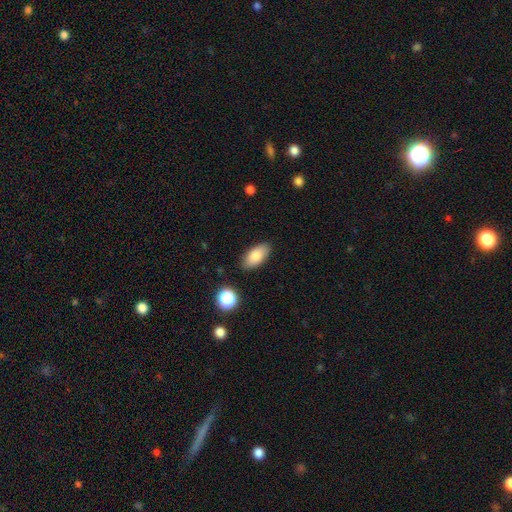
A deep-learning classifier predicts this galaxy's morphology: The model was most divided on "smooth or featured": smooth: 83%, featured or disk: 9%, star or artifact: 8%. More confident: how rounded — in between (91%); merging — none (86%).